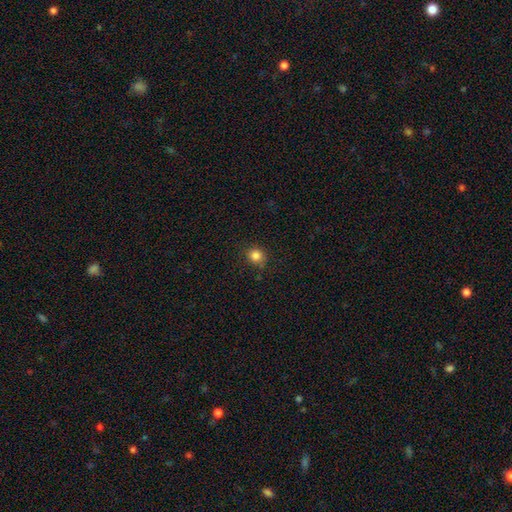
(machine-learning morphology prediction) The model was most divided on "smooth or featured": smooth: 84%, star or artifact: 12%, featured or disk: 4%. More confident: how rounded — round (87%); merging — none (84%).